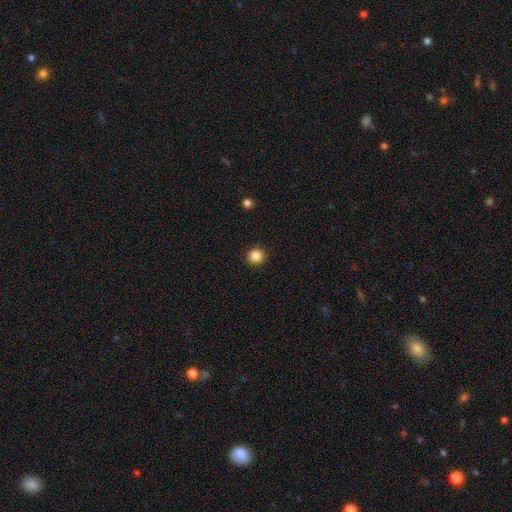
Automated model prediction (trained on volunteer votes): smooth-or-featured: smooth: 86% | star or artifact: 11% | featured or disk: 3%
  how-rounded: round: 94% | in between: 5% | cigar-shaped: 1%
  merging: none: 92% | minor disturbance: 5% | major disturbance: 2% | merger: 1%